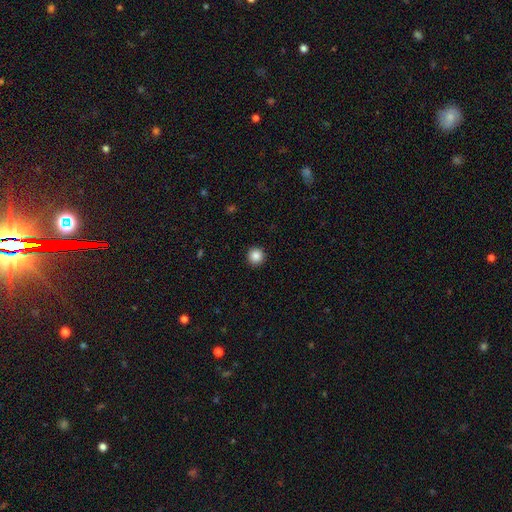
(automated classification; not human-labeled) smooth 86%, star or artifact 10%, featured or disk 4%. Down the decision tree: how rounded — round (96%); merging — none (93%).